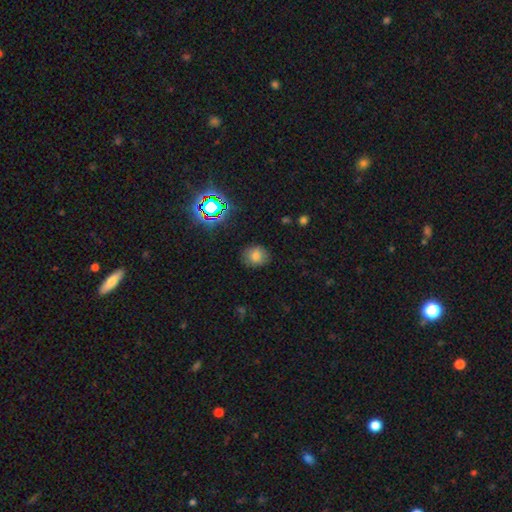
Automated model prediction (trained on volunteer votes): This is likely a smooth galaxy (74%). How rounded: likely round (75%). Merging: clearly none (82%).